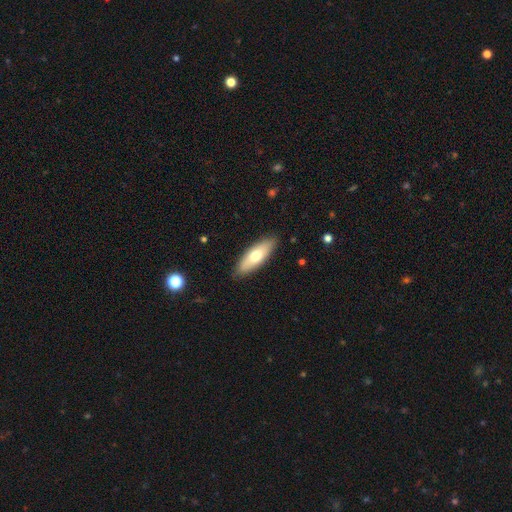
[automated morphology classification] This appears to be a smooth galaxy with no disk features (66%) that is in between round and cigar-shaped (63%). Merging: none (87%).